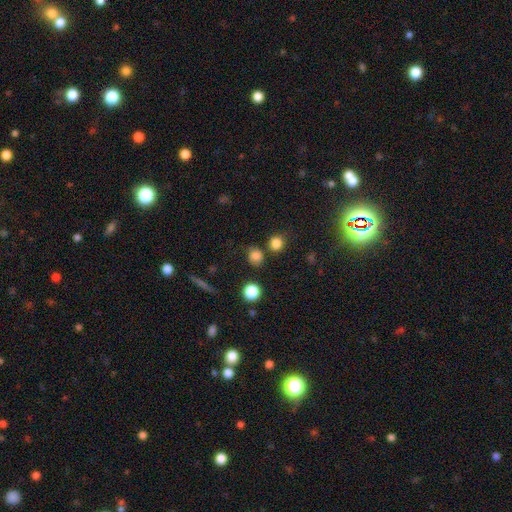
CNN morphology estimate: The model was most divided on "merging": none: 73%, minor disturbance: 12%, merger: 11%, major disturbance: 4%. More confident: how rounded — round (83%); smooth or featured — smooth (80%).